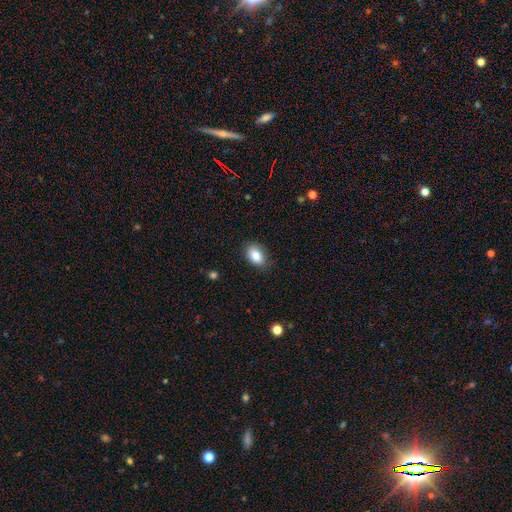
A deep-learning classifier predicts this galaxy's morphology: Smooth or featured? smooth (84%)
How rounded? in between (86%)
Merging? none (82%)